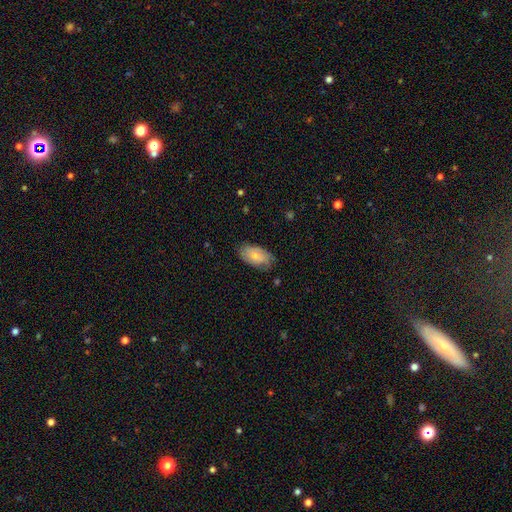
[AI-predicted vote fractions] Smooth or featured? Predicted: smooth (p=0.68). How rounded? Predicted: in between (p=0.93). Merging? Predicted: none (p=0.72).